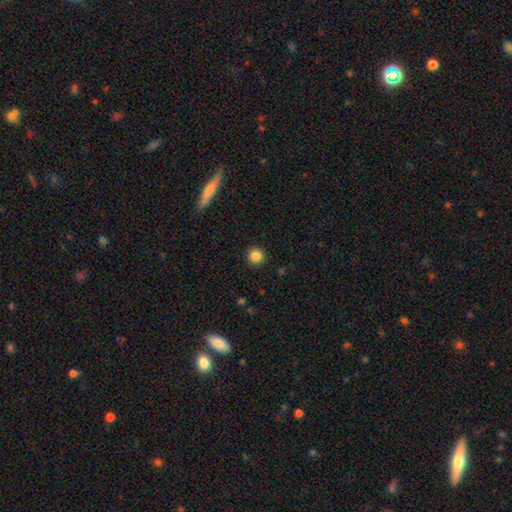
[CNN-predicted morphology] Smooth or featured? smooth (85%)
How rounded? round (95%)
Merging? none (93%)